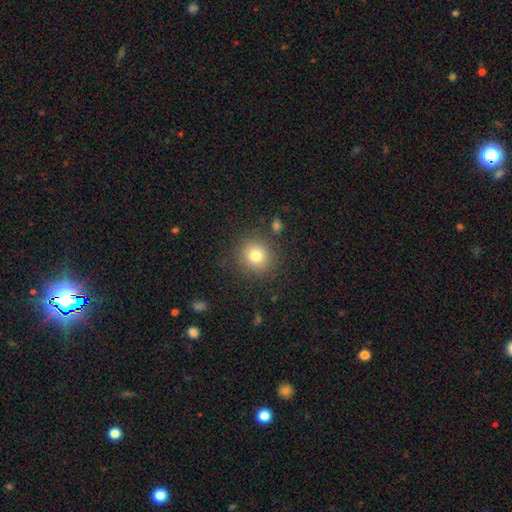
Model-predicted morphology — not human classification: Smooth or featured?
  - smooth: 79% *
  - star or artifact: 12%
  - featured or disk: 9%
How rounded?
  - round: 88% *
  - in between: 11%
  - cigar-shaped: 1%
Merging?
  - none: 86% *
  - minor disturbance: 8%
  - major disturbance: 3%
  - merger: 2%